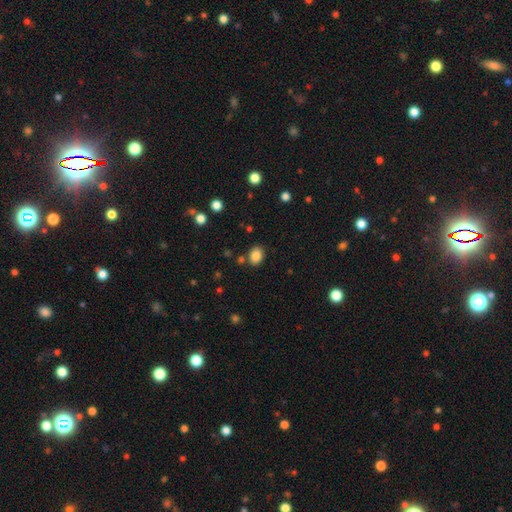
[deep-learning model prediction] Smooth or featured?
  - smooth: 85% *
  - star or artifact: 10%
  - featured or disk: 5%
How rounded?
  - in between: 60% *
  - round: 39%
  - cigar-shaped: 1%
Merging?
  - none: 81% *
  - minor disturbance: 11%
  - merger: 6%
  - major disturbance: 3%